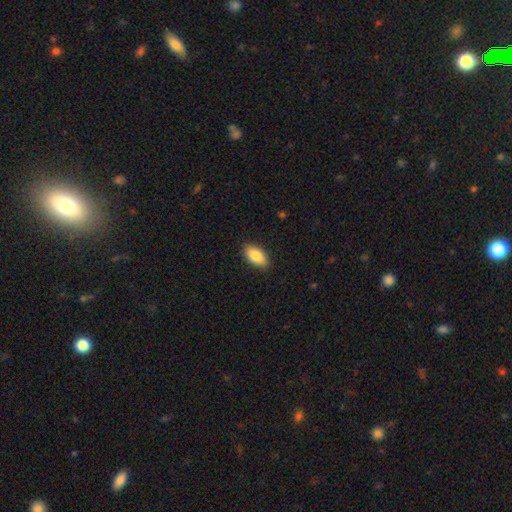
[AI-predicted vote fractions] This appears to be a smooth galaxy with no disk features (88%) that is in between round and cigar-shaped (91%). Merging: none (88%).